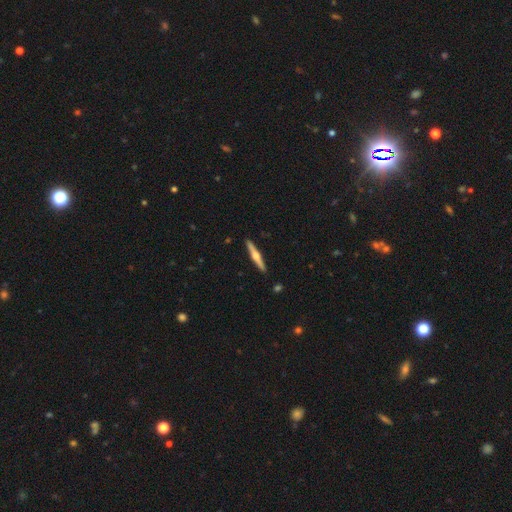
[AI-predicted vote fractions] featured or disk 68%, smooth 27%, star or artifact 5%. Down the decision tree: edge-on disk — yes (98%); edge-on bulge — rounded (91%); merging — none (91%).